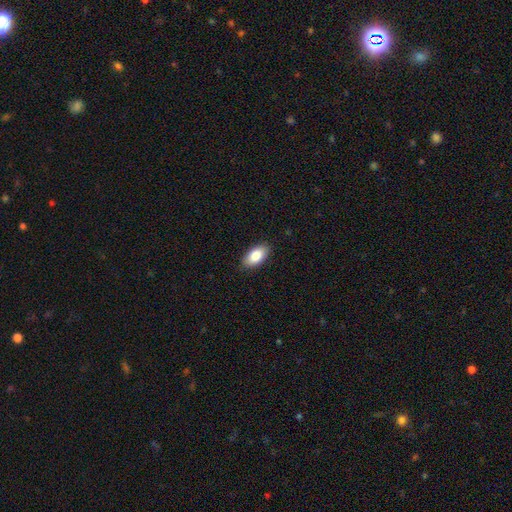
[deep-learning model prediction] The model was most divided on "smooth or featured": smooth: 85%, featured or disk: 9%, star or artifact: 6%. More confident: how rounded — in between (94%); merging — none (88%).